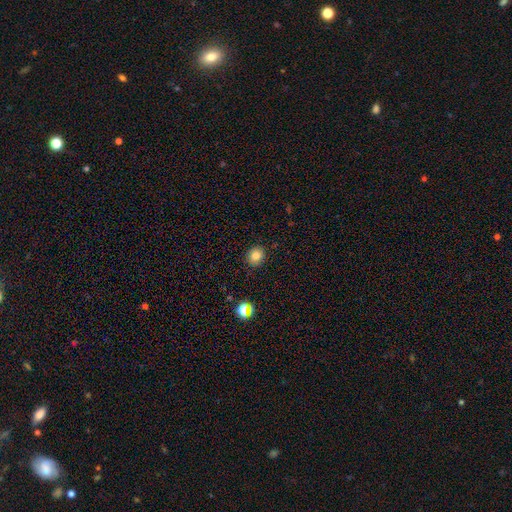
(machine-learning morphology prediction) type=smooth (81%); roundness=round (75%); merging=none (89%).